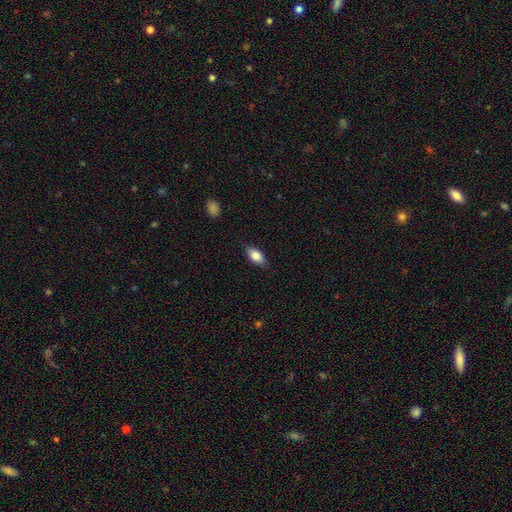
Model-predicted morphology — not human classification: The model was most divided on "smooth or featured": smooth: 81%, featured or disk: 11%, star or artifact: 7%. More confident: how rounded — in between (89%); merging — none (84%).